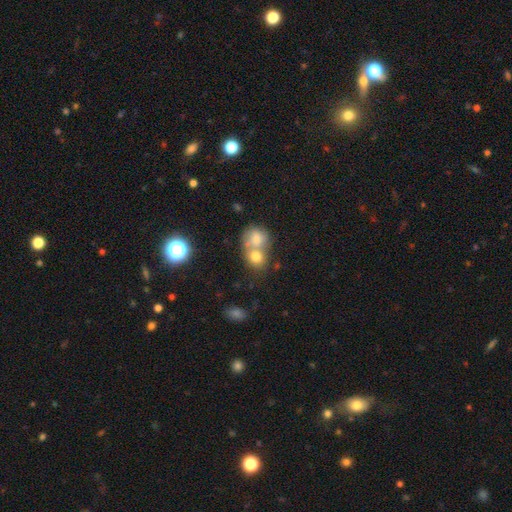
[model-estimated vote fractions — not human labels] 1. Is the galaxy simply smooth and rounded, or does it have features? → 63% smooth, 20% featured or disk, 17% star or artifact.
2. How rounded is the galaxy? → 74% round, 25% in between, 1% cigar-shaped.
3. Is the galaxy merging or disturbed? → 64% merger, 27% none, 5% minor disturbance, 3% major disturbance.